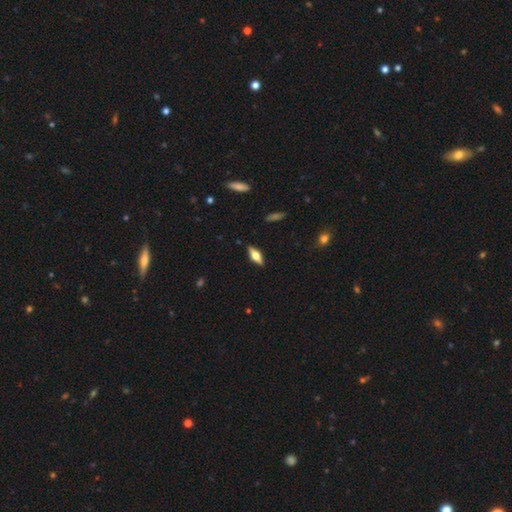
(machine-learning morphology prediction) Q: Smooth or featured?
A: featured or disk (49%); runner-up: smooth (44%)
Q: Merging?
A: none (88%); runner-up: minor disturbance (9%)